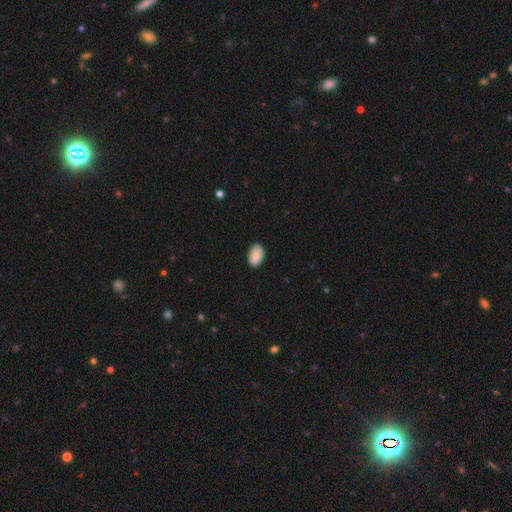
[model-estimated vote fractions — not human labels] This is clearly a smooth galaxy (82%). How rounded: clearly in between (88%). Merging: clearly none (81%).